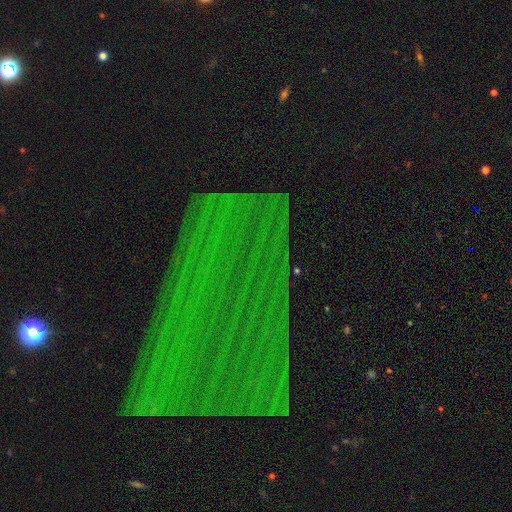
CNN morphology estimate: This is likely a star or artifact rather than a galaxy (78%).